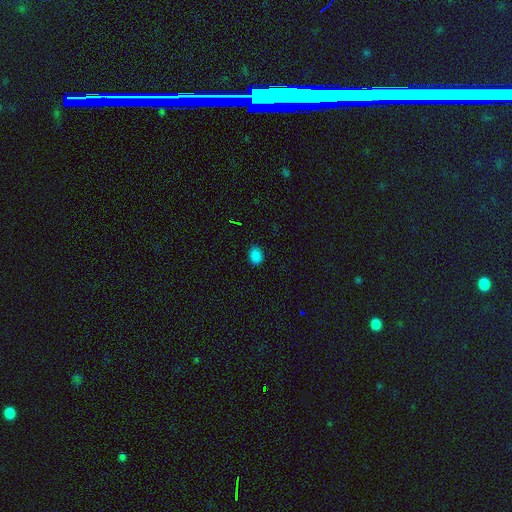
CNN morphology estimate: smooth_or_featured: smooth (p=0.84) [alt: star or artifact p=0.13]
how_rounded: in between (p=0.71) [alt: round p=0.28]
merging: none (p=0.88) [alt: minor disturbance p=0.09]